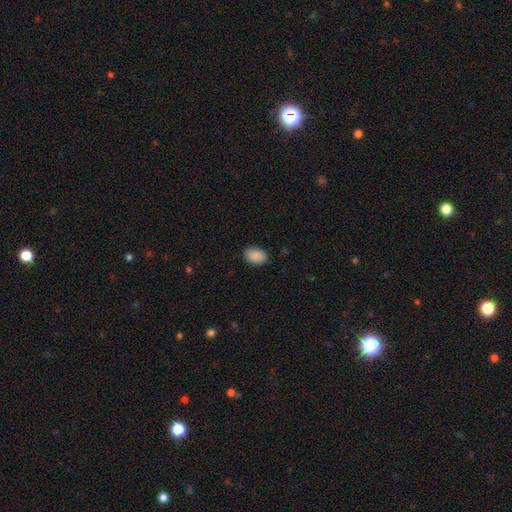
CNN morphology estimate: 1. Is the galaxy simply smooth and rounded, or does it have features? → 90% smooth, 7% star or artifact, 3% featured or disk.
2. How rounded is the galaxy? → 87% in between, 12% round, 1% cigar-shaped.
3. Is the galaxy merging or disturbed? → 88% none, 9% minor disturbance, 2% major disturbance, 1% merger.